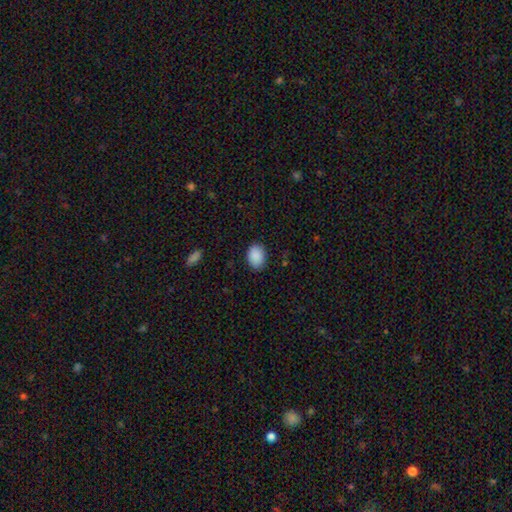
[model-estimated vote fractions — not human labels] Morphology: type=smooth (90%); roundness=in between (70%); merging=none (86%).